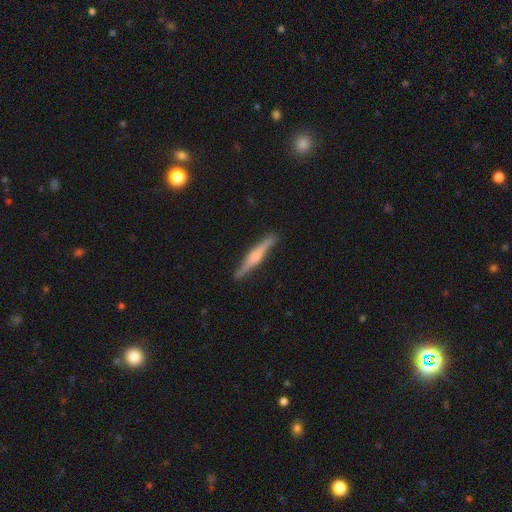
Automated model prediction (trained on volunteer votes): Q: Smooth or featured?
A: featured or disk (63%); runner-up: smooth (32%)
Q: Edge-on disk?
A: yes (96%); runner-up: no (4%)
Q: Edge-on bulge?
A: rounded (65%); runner-up: boxy (23%)
Q: Merging?
A: none (87%); runner-up: minor disturbance (10%)